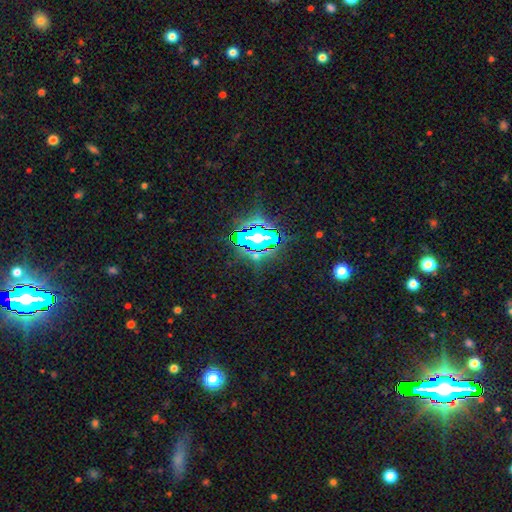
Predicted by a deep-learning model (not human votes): A star or artifact, not a galaxy (76%).